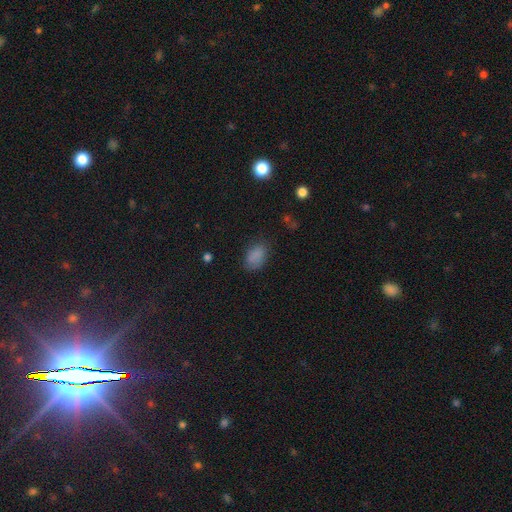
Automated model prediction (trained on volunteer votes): This appears to be a smooth galaxy with no disk features (83%) that is in between round and cigar-shaped (87%). Merging: none (73%).